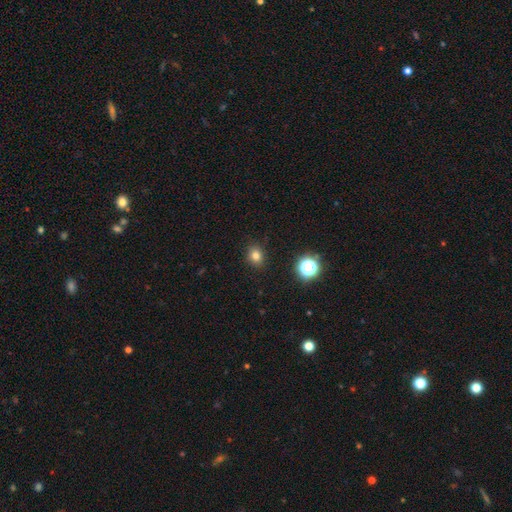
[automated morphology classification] smooth_or_featured: smooth (p=0.78) [alt: star or artifact p=0.16]
how_rounded: round (p=0.59) [alt: in between p=0.40]
merging: none (p=0.89) [alt: minor disturbance p=0.08]